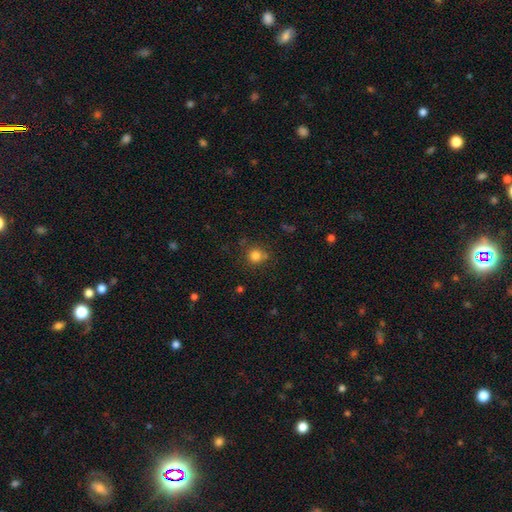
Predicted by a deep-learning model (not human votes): smooth-or-featured: smooth: 81% | star or artifact: 13% | featured or disk: 6%
  how-rounded: round: 86% | in between: 13% | cigar-shaped: 1%
  merging: none: 74% | minor disturbance: 16% | major disturbance: 5% | merger: 4%